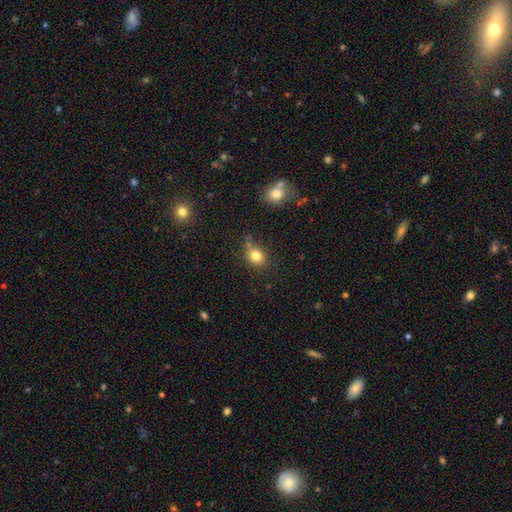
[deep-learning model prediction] This is clearly a smooth galaxy (81%). How rounded: possibly round (56%). Merging: likely none (71%).